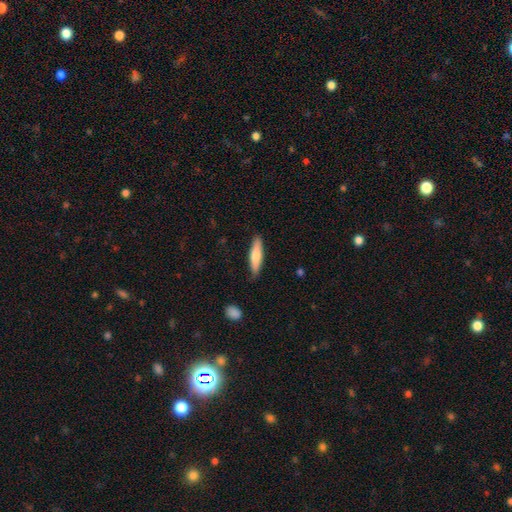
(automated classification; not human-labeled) Morphology: type=smooth (70%); roundness=cigar-shaped (76%); merging=none (84%).